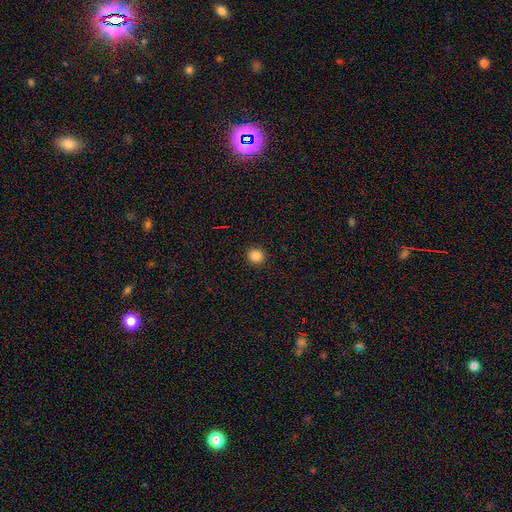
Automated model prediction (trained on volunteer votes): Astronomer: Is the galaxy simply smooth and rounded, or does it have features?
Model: smooth — 85%.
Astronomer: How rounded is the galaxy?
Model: round — 87%.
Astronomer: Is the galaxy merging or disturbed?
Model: none — 92%.